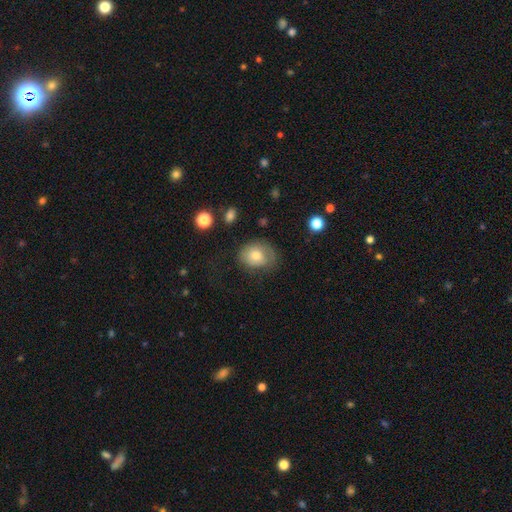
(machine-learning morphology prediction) smooth-or-featured: smooth: 69% | featured or disk: 22% | star or artifact: 9%
  how-rounded: in between: 51% | round: 48% | cigar-shaped: 1%
  merging: none: 55% | minor disturbance: 27% | major disturbance: 16% | merger: 2%